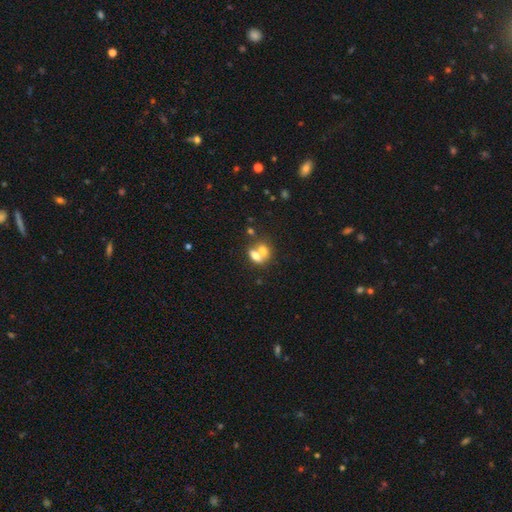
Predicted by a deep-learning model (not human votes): smooth 68%, featured or disk 22%, star or artifact 10%. Down the decision tree: how rounded — in between (69%); merging — merger (67%).